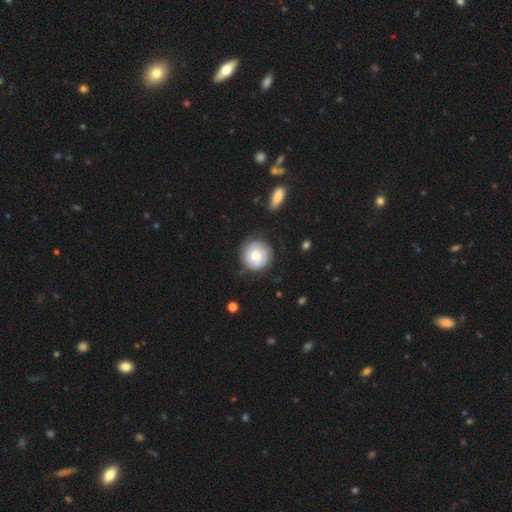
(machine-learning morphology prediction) smooth-or-featured: smooth: 67% | featured or disk: 25% | star or artifact: 7%
  how-rounded: round: 95% | in between: 4% | cigar-shaped: 1%
  merging: none: 78% | minor disturbance: 15% | major disturbance: 5% | merger: 2%